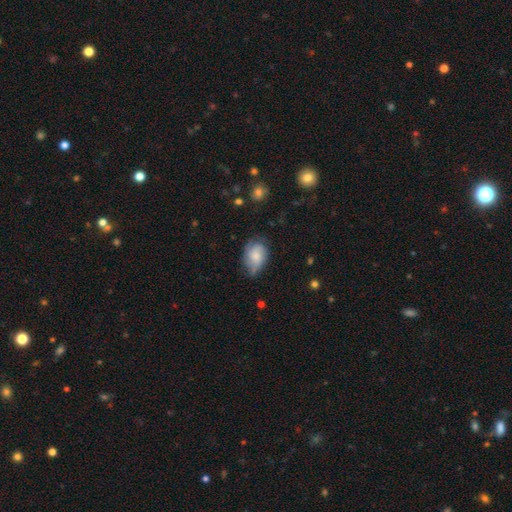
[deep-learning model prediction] Morphology: type=smooth (62%); roundness=in between (79%); merging=none (52%).